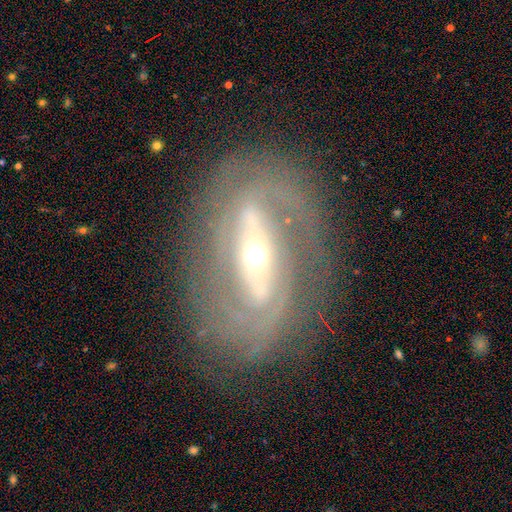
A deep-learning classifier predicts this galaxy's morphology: A featured or disk galaxy (86%) with a strong bar (56%), 2 (64%) tight (52%) spiral arms (88%) and a moderate central bulge (54%). Merging: none (77%).